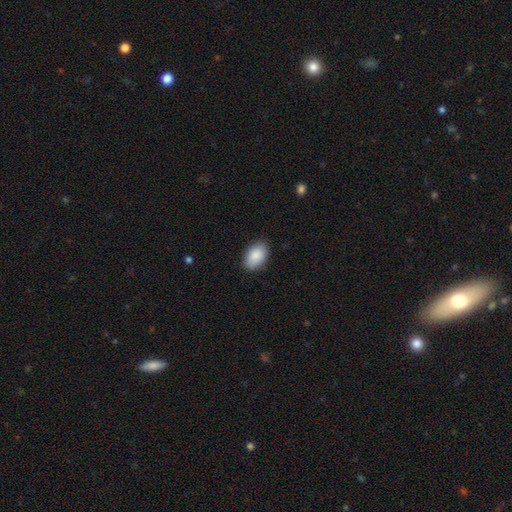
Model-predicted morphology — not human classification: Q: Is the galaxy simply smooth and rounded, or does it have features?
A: smooth — 89%.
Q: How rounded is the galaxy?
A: in between — 92%.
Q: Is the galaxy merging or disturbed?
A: none — 86%.